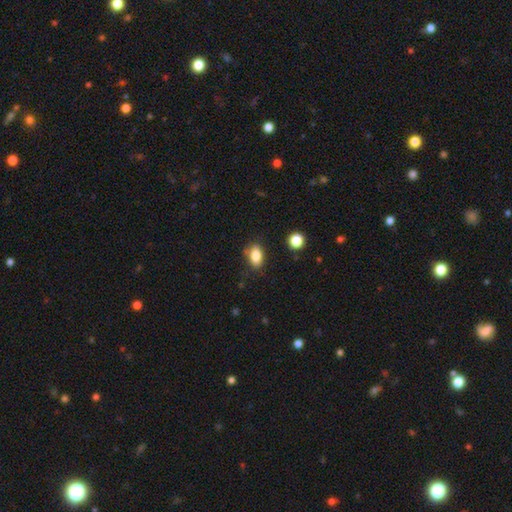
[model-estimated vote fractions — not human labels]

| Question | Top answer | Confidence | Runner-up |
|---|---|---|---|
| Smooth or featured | smooth | 84% | star or artifact (9%) |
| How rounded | in between | 86% | round (10%) |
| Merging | none | 78% | minor disturbance (15%) |